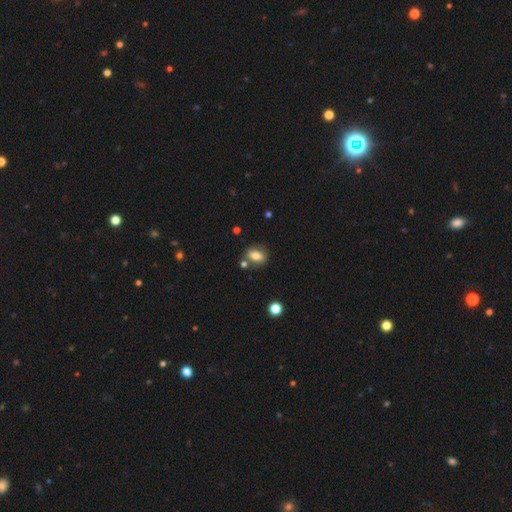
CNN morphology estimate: A smooth galaxy with no disk features (78%) that is in between round and cigar-shaped (76%). Merging: none (73%).